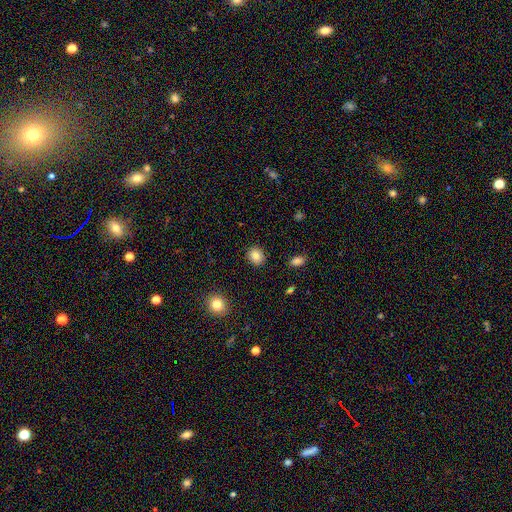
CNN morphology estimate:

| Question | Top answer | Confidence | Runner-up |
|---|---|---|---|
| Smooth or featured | smooth | 83% | star or artifact (10%) |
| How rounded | round | 74% | in between (25%) |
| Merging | none | 90% | minor disturbance (7%) |